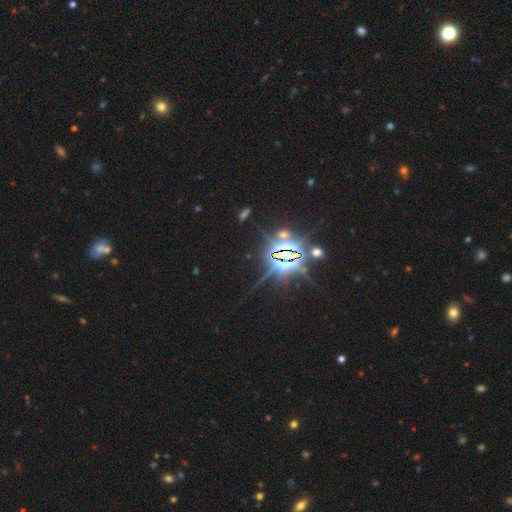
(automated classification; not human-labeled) Smooth or featured: star or artifact — 85% (smooth — 8%)